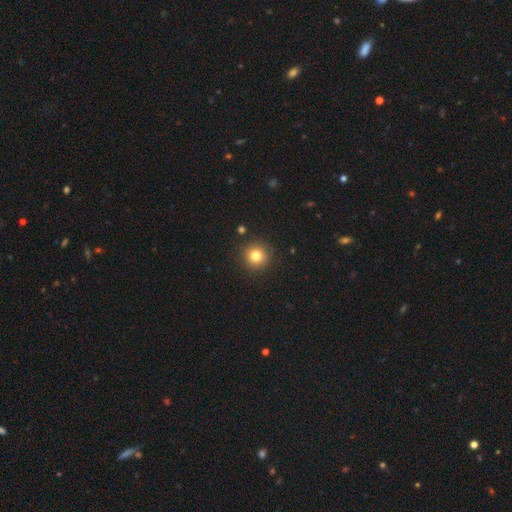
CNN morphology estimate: type=smooth (81%); roundness=round (94%); merging=none (90%).